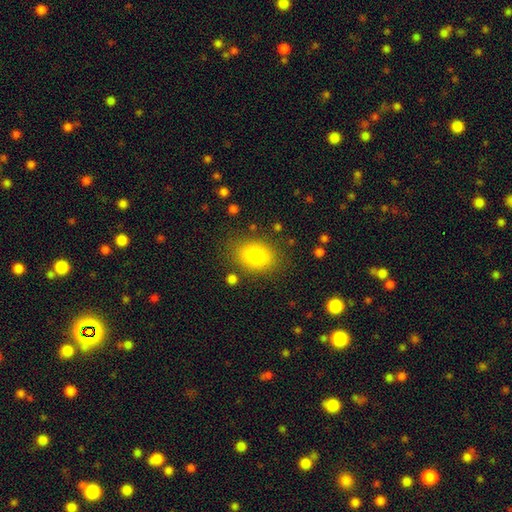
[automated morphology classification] smooth-or-featured: smooth: 82% | star or artifact: 9% | featured or disk: 9%
  how-rounded: in between: 73% | round: 26% | cigar-shaped: 1%
  merging: none: 81% | minor disturbance: 12% | major disturbance: 5% | merger: 3%